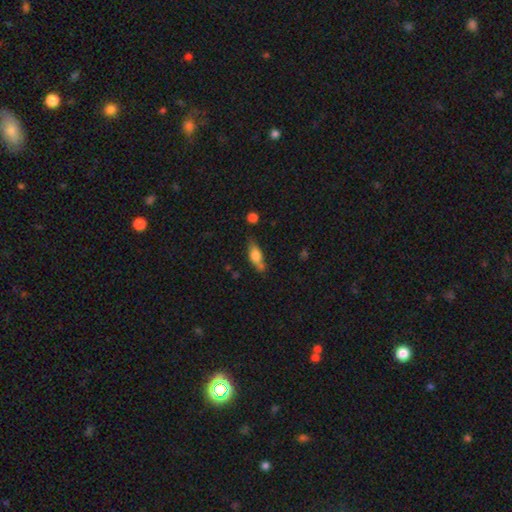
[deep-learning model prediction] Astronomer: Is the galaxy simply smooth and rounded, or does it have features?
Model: smooth — 69%.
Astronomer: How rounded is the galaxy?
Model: in between — 68%.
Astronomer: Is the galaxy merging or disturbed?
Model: none — 63%.